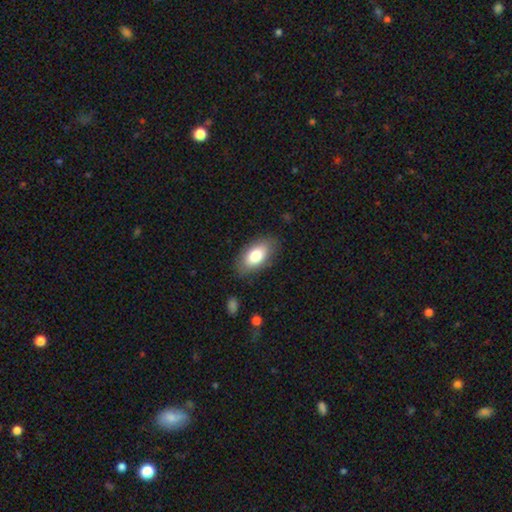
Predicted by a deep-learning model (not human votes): This is likely a smooth galaxy (77%). How rounded: clearly in between (92%). Merging: clearly none (83%).